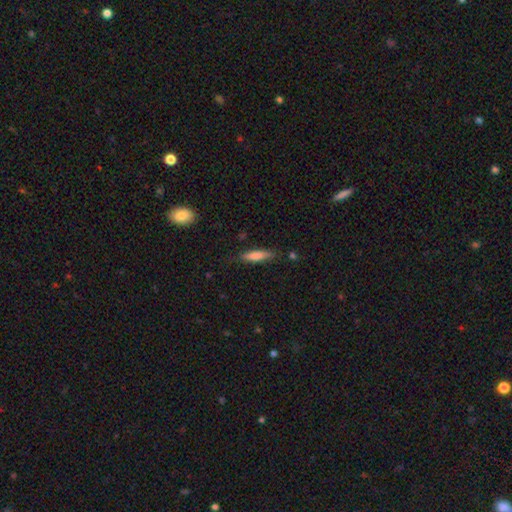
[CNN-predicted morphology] The model was most divided on "smooth or featured": smooth: 68%, featured or disk: 25%, star or artifact: 6%. More confident: merging — none (79%); how rounded — cigar-shaped (78%).